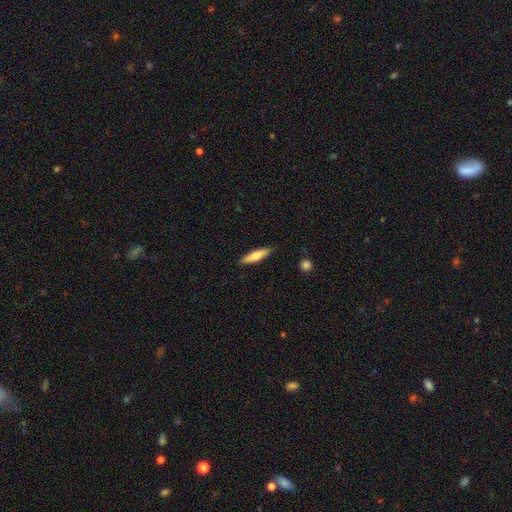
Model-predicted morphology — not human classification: Smooth or featured? Predicted: smooth (p=0.76). How rounded? Predicted: cigar-shaped (p=0.74). Merging? Predicted: none (p=0.87).